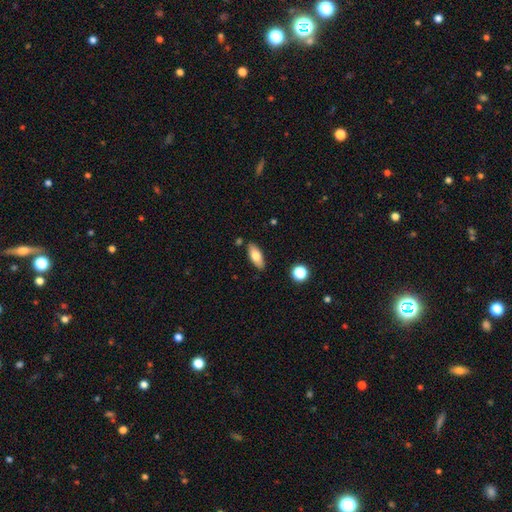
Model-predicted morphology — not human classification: A smooth galaxy with no disk features (73%) that is in between round and cigar-shaped (78%). Merging: none (84%).